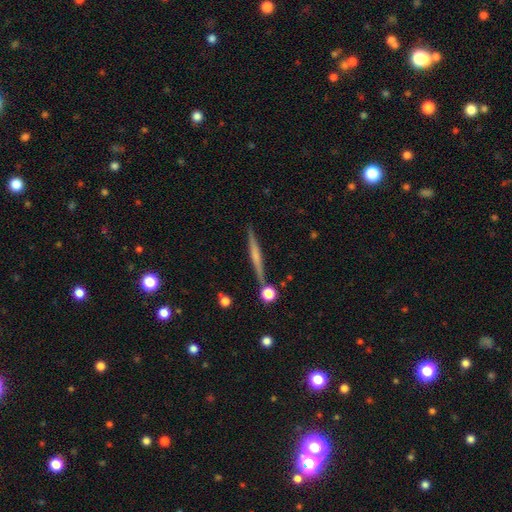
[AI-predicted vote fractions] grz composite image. It shows a featured or disk galaxy (56%) viewed edge-on (97%) with no central bulge (53%). Merging: none (86%).